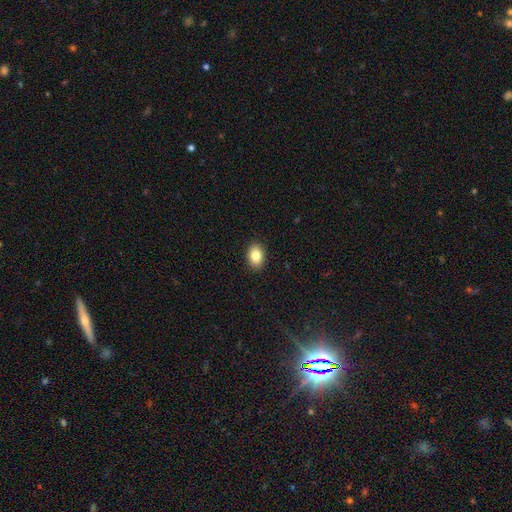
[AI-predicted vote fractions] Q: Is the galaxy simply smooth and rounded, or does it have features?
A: smooth — 85%.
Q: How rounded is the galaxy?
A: in between — 77%.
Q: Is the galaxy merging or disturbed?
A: none — 91%.